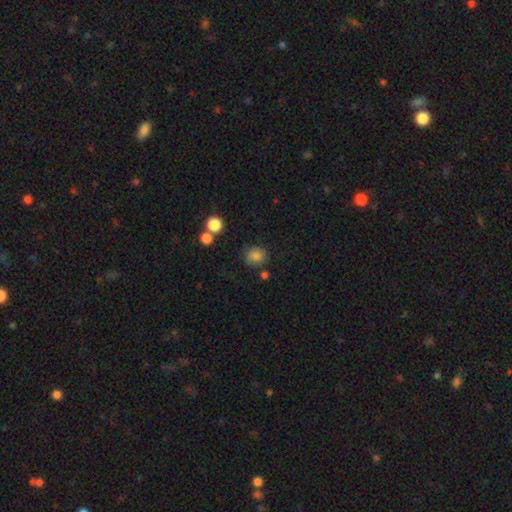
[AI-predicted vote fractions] smooth 83%, star or artifact 12%, featured or disk 6%. Down the decision tree: how rounded — round (77%); merging — none (76%).